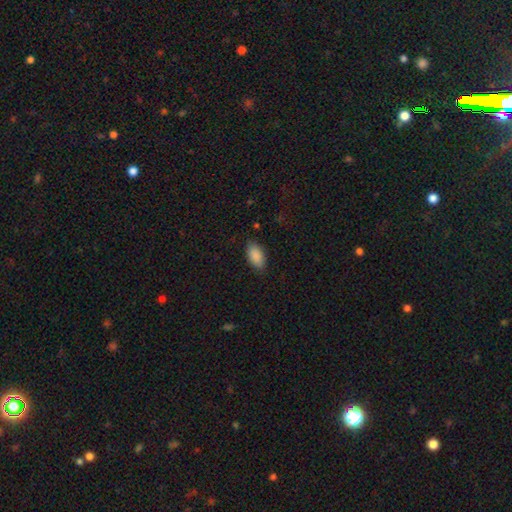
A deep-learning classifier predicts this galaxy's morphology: Overall: smooth (89%). How rounded: in between (94%). Merging: none (84%).